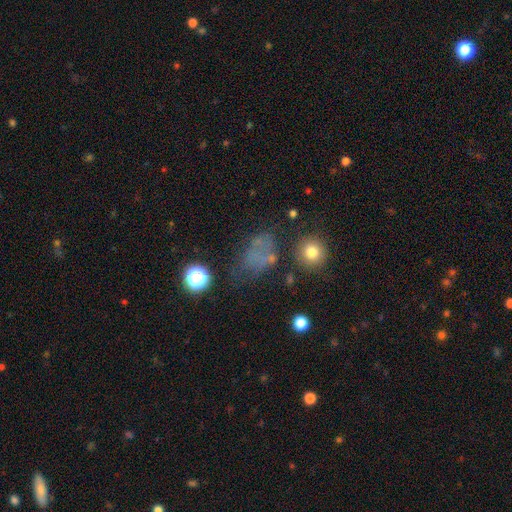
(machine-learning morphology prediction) A smooth galaxy with no disk features (43%). Merging: none (48%).